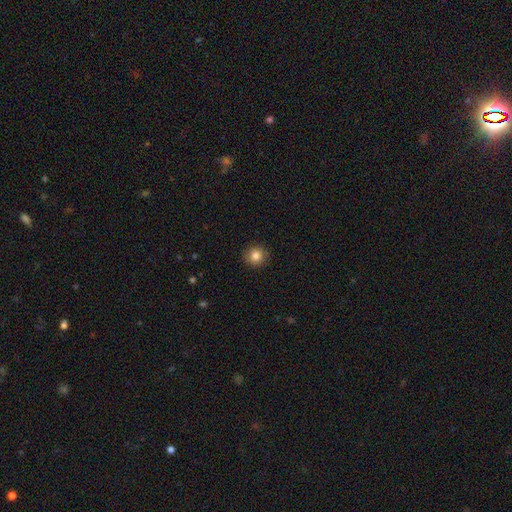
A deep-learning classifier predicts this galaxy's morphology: The model was most divided on "smooth or featured": smooth: 84%, star or artifact: 10%, featured or disk: 6%. More confident: how rounded — round (92%); merging — none (92%).